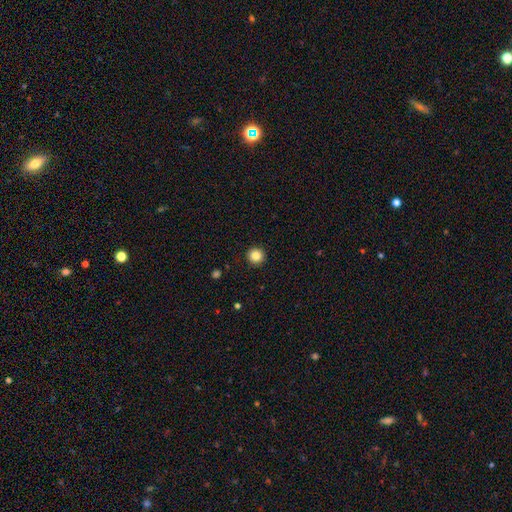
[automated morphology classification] smooth-or-featured: smooth: 85% | star or artifact: 10% | featured or disk: 5%
  how-rounded: round: 96% | in between: 4% | cigar-shaped: 1%
  merging: none: 93% | minor disturbance: 4% | major disturbance: 1% | merger: 1%